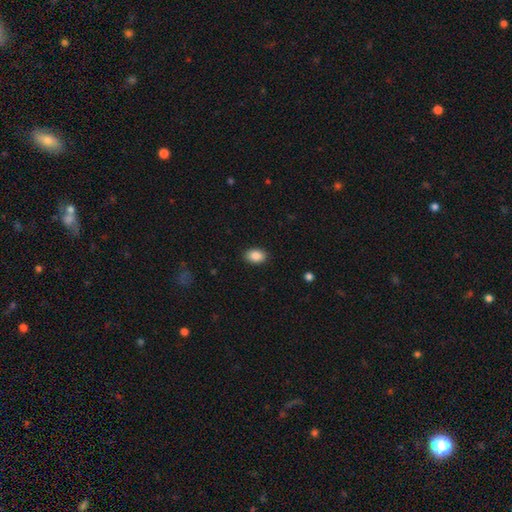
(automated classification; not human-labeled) Smooth or featured? smooth (88%)
How rounded? in between (81%)
Merging? none (88%)